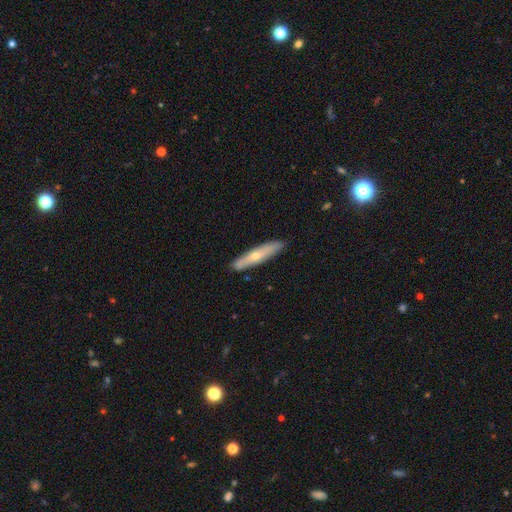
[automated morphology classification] featured or disk 48%, smooth 45%, star or artifact 6%. Down the decision tree: merging — none (88%).